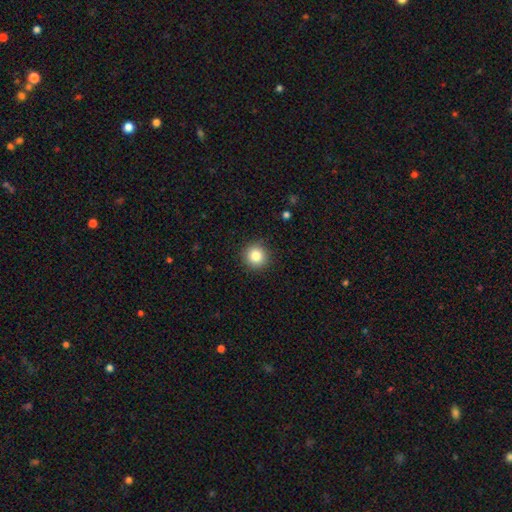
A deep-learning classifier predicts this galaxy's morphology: Q: Smooth or featured?
A: smooth (84%); runner-up: star or artifact (10%)
Q: How rounded?
A: round (94%); runner-up: in between (5%)
Q: Merging?
A: none (90%); runner-up: minor disturbance (7%)